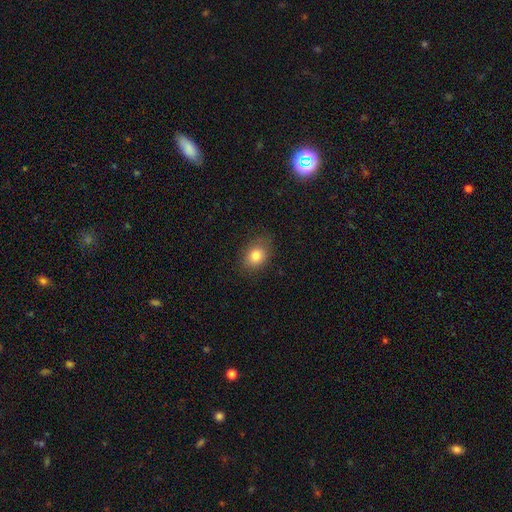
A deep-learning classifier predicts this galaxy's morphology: Smooth or featured?
  - smooth: 81% *
  - star or artifact: 10%
  - featured or disk: 9%
How rounded?
  - in between: 54% *
  - round: 45%
  - cigar-shaped: 1%
Merging?
  - none: 80% *
  - minor disturbance: 15%
  - major disturbance: 4%
  - merger: 1%